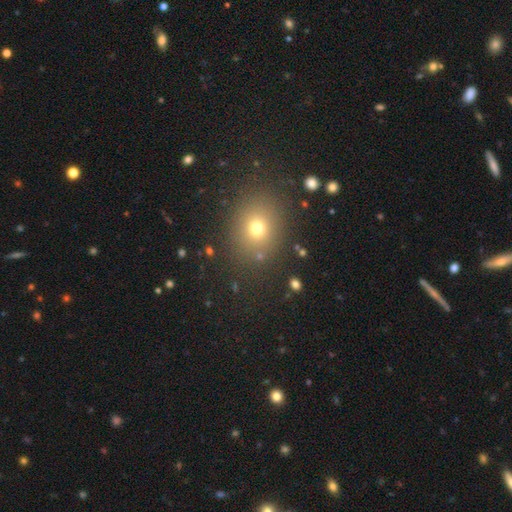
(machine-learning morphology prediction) This is likely a smooth galaxy (64%). How rounded: likely round (63%). Merging: clearly none (86%).